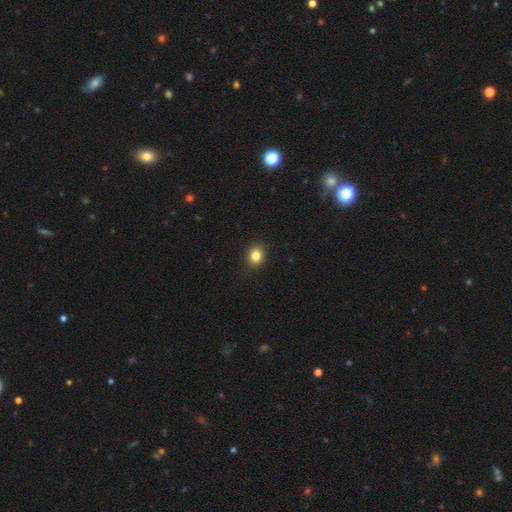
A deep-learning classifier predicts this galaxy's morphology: smooth-or-featured: smooth: 84% | star or artifact: 11% | featured or disk: 6%
  how-rounded: round: 55% | in between: 44% | cigar-shaped: 1%
  merging: none: 88% | minor disturbance: 9% | major disturbance: 2% | merger: 1%